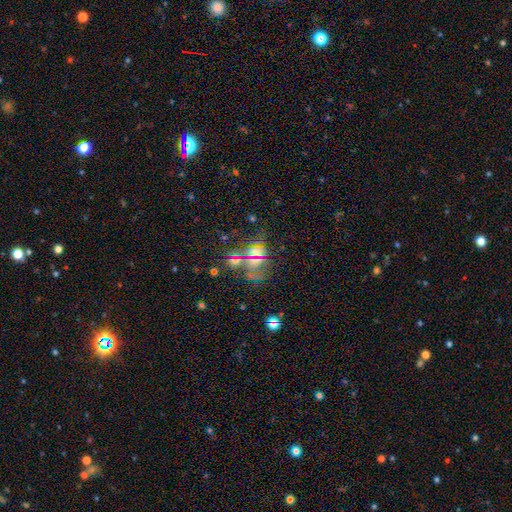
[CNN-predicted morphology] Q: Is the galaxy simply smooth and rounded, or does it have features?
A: star or artifact — 42%.